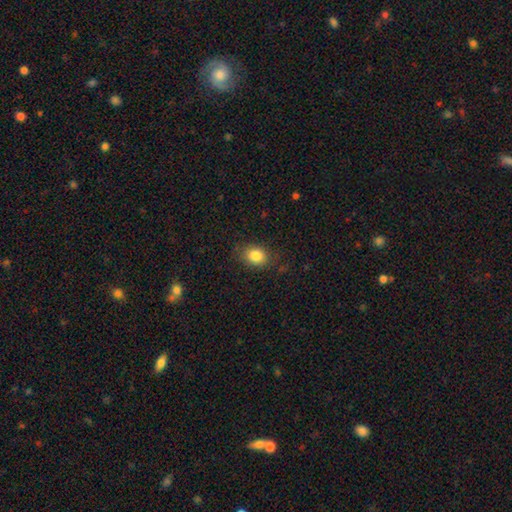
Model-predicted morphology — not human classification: type=smooth (84%); roundness=in between (55%); merging=none (81%).